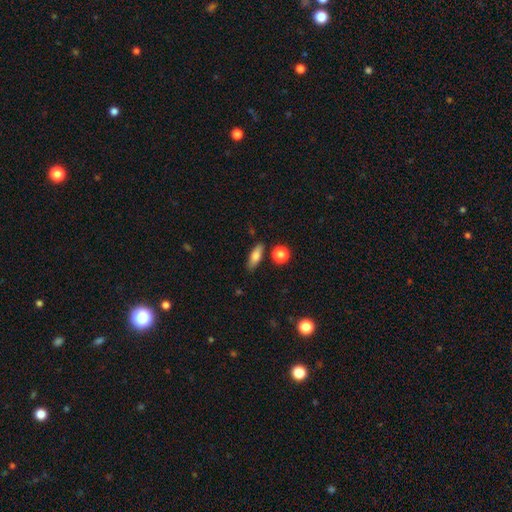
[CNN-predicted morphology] This is likely a smooth galaxy (74%). How rounded: likely in between (63%). Merging: clearly none (80%).